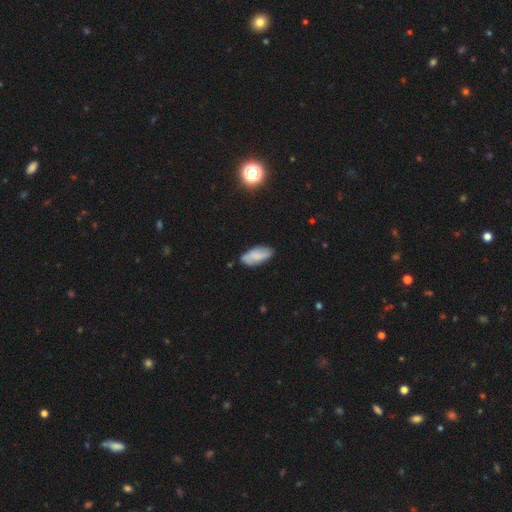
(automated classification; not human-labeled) A smooth galaxy with no disk features (75%) that is in between round and cigar-shaped (89%).

Vote fractions:
- Smooth or featured? smooth: 75% / featured or disk: 18% / star or artifact: 7%
- How rounded? in between: 89% / cigar-shaped: 9% / round: 2%
- Merging? none: 79% / minor disturbance: 17% / major disturbance: 3% / merger: 2%